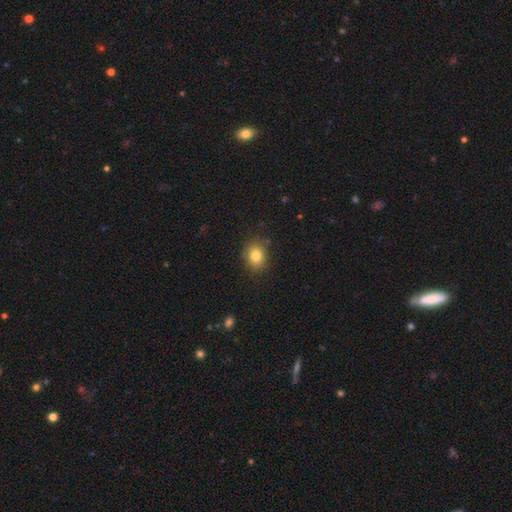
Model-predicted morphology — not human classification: smooth_or_featured: smooth (p=0.81) [alt: star or artifact p=0.10]
how_rounded: in between (p=0.51) [alt: round p=0.48]
merging: none (p=0.83) [alt: minor disturbance p=0.13]